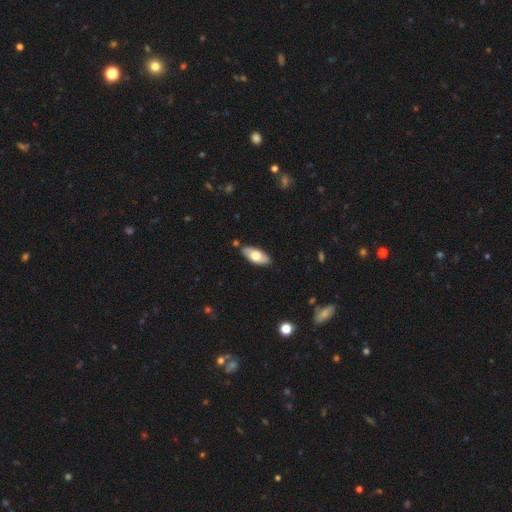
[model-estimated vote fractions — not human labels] smooth 62%, featured or disk 32%, star or artifact 6%. Down the decision tree: how rounded — in between (86%); merging — none (83%).